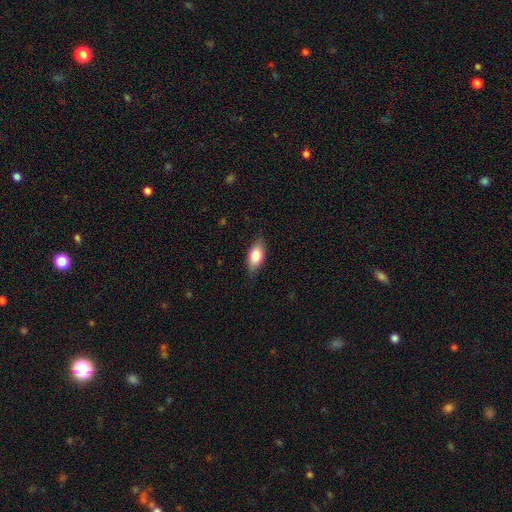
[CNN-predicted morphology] Smooth or featured? smooth (76%)
How rounded? in between (86%)
Merging? none (81%)